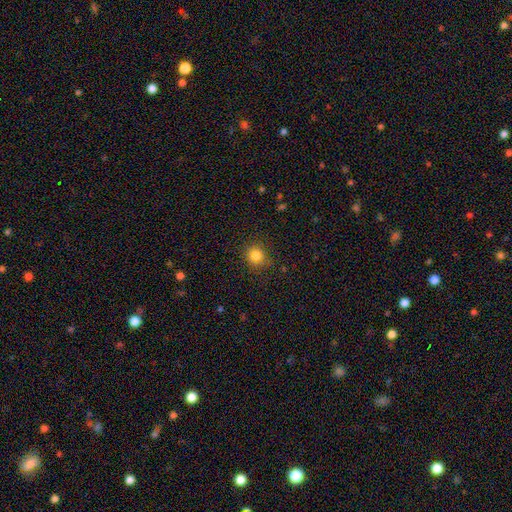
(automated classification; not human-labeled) Q: Smooth or featured?
A: smooth (82%); runner-up: star or artifact (13%)
Q: How rounded?
A: round (88%); runner-up: in between (11%)
Q: Merging?
A: none (87%); runner-up: minor disturbance (9%)